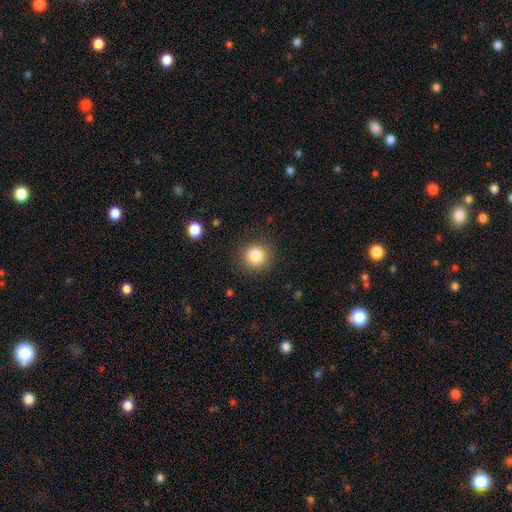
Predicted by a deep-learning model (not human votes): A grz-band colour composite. It shows a smooth galaxy with no disk features (83%) that is round (92%). Merging: none (88%).